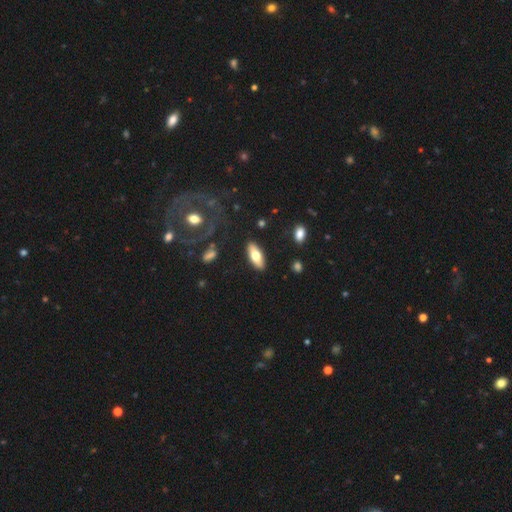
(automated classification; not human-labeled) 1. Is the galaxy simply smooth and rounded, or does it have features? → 65% smooth, 29% featured or disk, 6% star or artifact.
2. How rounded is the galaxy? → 72% in between, 26% cigar-shaped, 2% round.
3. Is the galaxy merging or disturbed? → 88% none, 9% minor disturbance, 2% major disturbance, 2% merger.